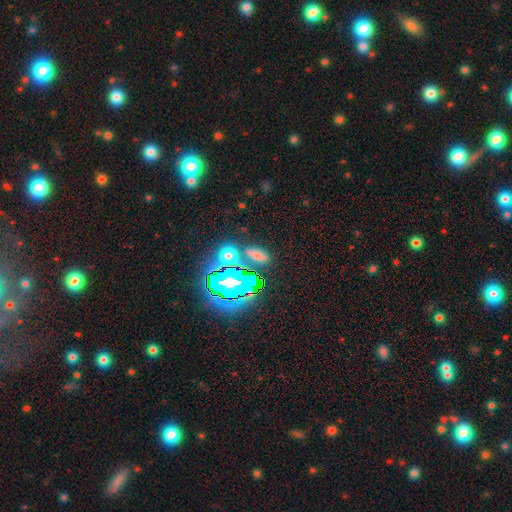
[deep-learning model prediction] Overall: smooth (55%; star or artifact 36%). How rounded: in between (67%). Merging: none (77%).